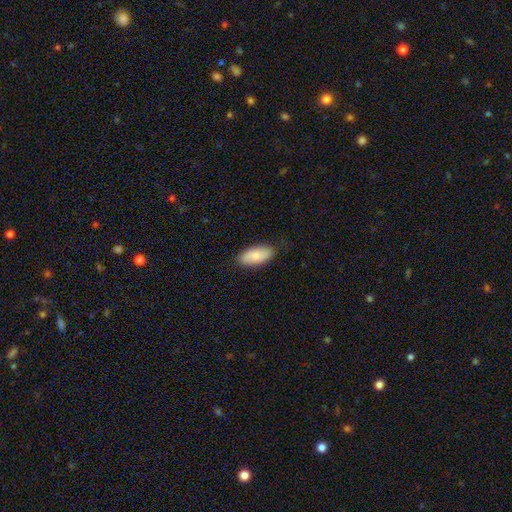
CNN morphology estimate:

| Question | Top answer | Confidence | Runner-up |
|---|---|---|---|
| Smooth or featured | smooth | 78% | featured or disk (16%) |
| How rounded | in between | 89% | cigar-shaped (9%) |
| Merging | none | 82% | minor disturbance (15%) |